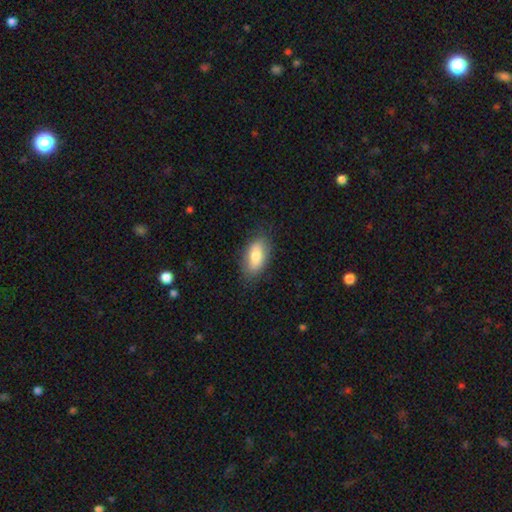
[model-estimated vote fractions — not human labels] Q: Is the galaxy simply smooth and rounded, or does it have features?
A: smooth — 79%.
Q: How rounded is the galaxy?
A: in between — 90%.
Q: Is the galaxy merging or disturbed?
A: none — 81%.